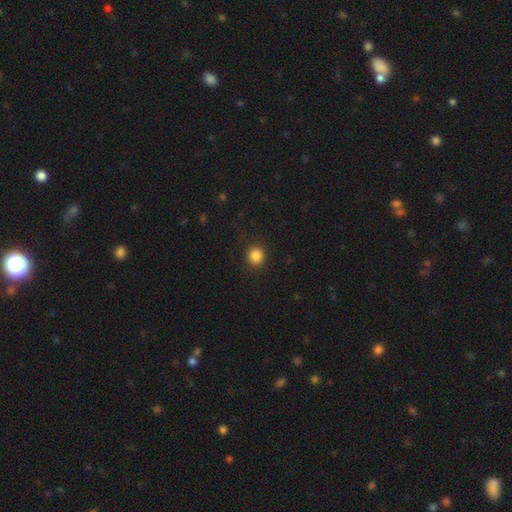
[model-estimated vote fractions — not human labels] The model was most divided on "how rounded": round: 87%, in between: 12%, cigar-shaped: 1%. More confident: merging — none (90%); smooth or featured — smooth (86%).